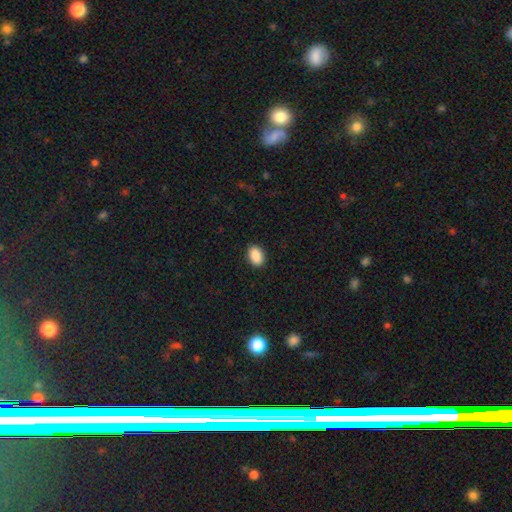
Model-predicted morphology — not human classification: smooth-or-featured: smooth: 90% | star or artifact: 7% | featured or disk: 3%
  how-rounded: in between: 88% | round: 10% | cigar-shaped: 1%
  merging: none: 90% | minor disturbance: 7% | major disturbance: 2% | merger: 1%